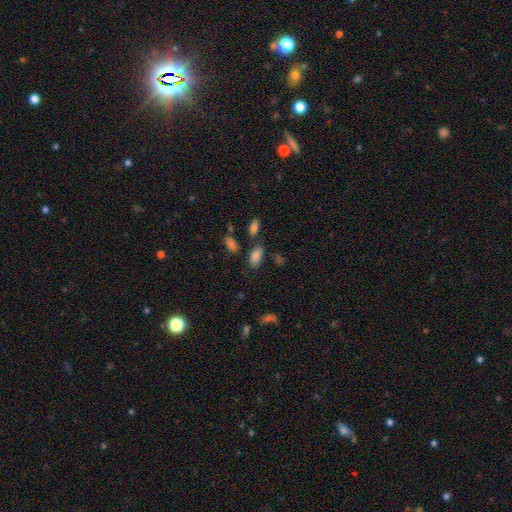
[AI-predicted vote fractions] A smooth galaxy with no disk features (83%) that is in between round and cigar-shaped (91%). Merging: none (70%).